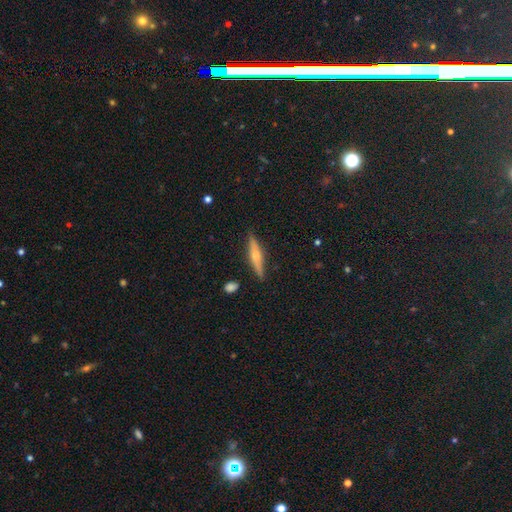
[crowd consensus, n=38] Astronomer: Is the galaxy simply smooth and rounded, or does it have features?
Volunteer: featured or disk — 58% (runner-up: smooth, 37%).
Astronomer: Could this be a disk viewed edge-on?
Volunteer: yes — 95%.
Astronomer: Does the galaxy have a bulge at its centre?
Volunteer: rounded — 81%.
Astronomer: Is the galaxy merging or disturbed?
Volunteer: none — 97%.